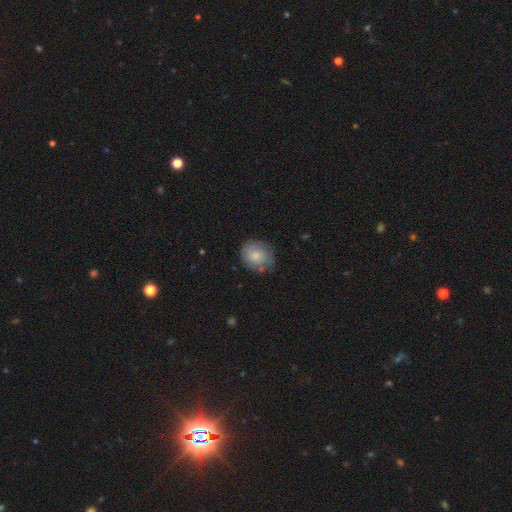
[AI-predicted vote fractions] A smooth galaxy with no disk features (76%) that is round (65%). Merging: none (69%).